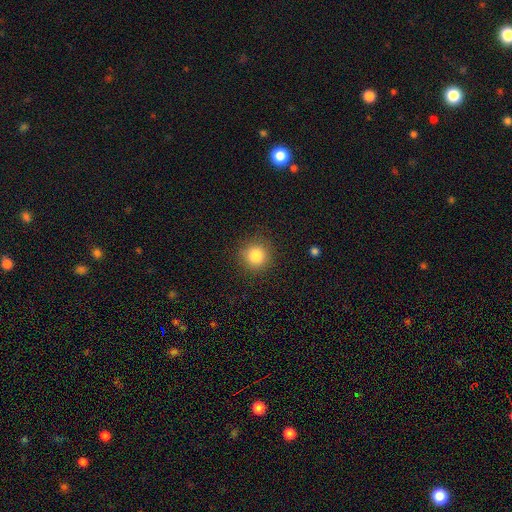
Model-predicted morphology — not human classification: A smooth galaxy with no disk features (84%) that is round (93%). Merging: none (89%).